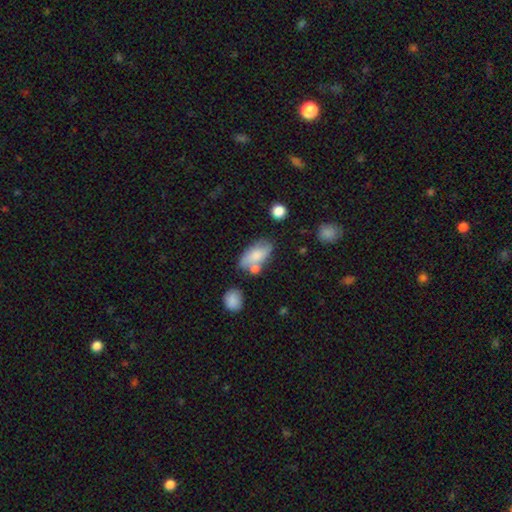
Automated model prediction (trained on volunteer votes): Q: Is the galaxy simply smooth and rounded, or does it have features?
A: smooth — 70%.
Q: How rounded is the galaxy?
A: in between — 90%.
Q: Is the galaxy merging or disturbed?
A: none — 52%.